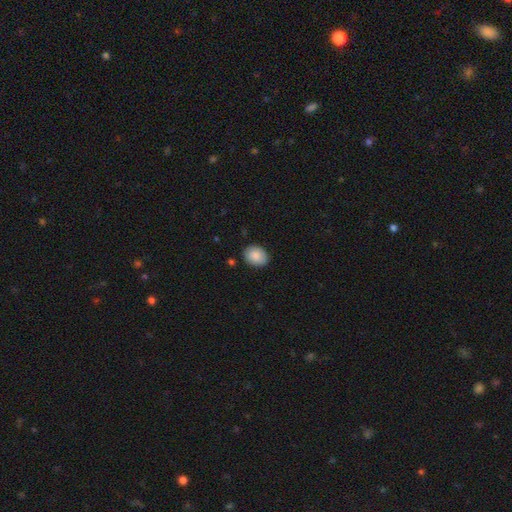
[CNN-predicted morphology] Smooth or featured? Predicted: smooth (p=0.88). How rounded? Predicted: in between (p=0.57). Merging? Predicted: none (p=0.85).